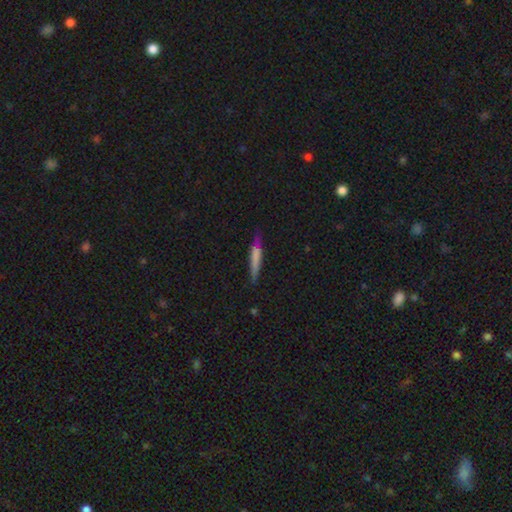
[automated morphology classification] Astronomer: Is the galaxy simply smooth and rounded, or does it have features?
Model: smooth — 63%.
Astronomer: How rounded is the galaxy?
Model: cigar-shaped — 92%.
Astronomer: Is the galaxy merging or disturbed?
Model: none — 78%.